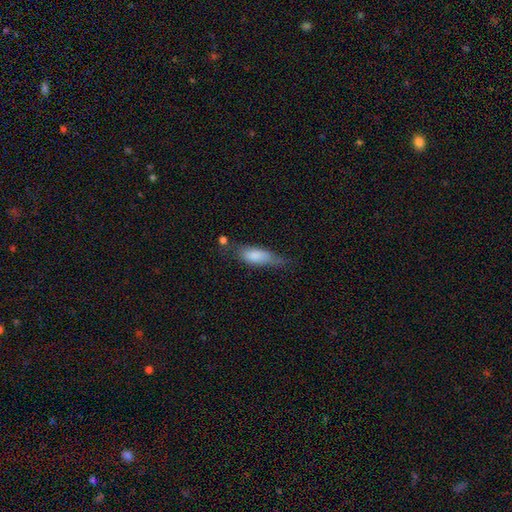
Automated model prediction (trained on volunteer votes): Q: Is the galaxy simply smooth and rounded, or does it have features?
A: smooth — 78%.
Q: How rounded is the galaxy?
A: in between — 64%.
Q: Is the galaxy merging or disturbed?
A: none — 43%.